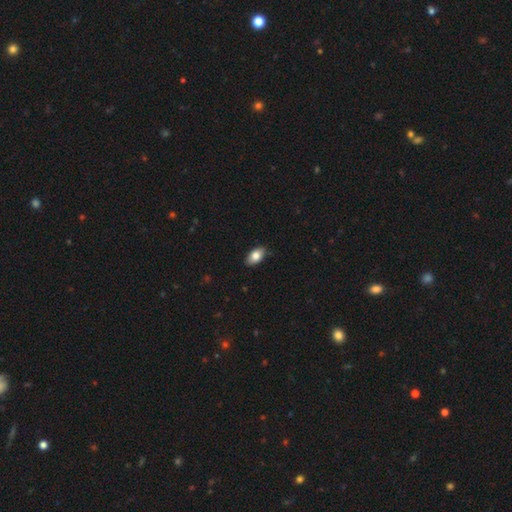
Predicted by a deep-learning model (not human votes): smooth-or-featured: smooth: 82% | featured or disk: 11% | star or artifact: 7%
  how-rounded: in between: 92% | round: 5% | cigar-shaped: 3%
  merging: none: 84% | minor disturbance: 13% | major disturbance: 2% | merger: 1%